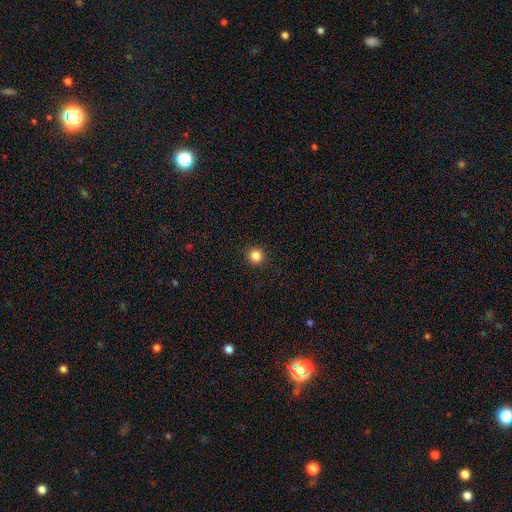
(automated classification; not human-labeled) Morphology: type=smooth (85%); roundness=round (95%); merging=none (93%).